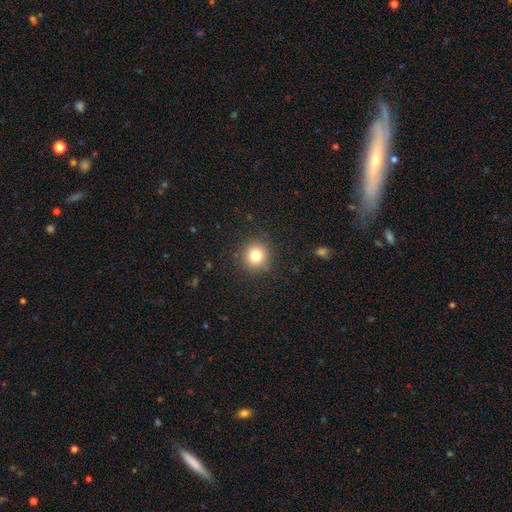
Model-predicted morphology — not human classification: Smooth or featured? Predicted: smooth (p=0.80). How rounded? Predicted: round (p=0.94). Merging? Predicted: none (p=0.90).